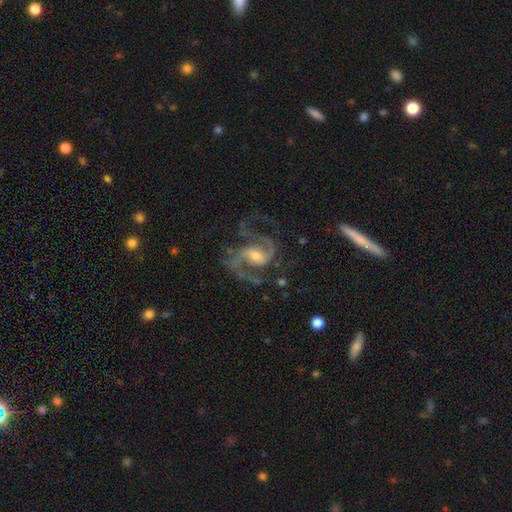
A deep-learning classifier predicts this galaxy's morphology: Smooth or featured: featured or disk — 90% (star or artifact — 5%)
Edge-on disk: no — 98% (yes — 2%)
Bar: weak — 48% (no — 32%)
Spiral arms: yes — 97% (no — 3%)
Spiral winding: medium — 58% (loose — 27%)
Spiral arm count: 2 — 68% (3 — 17%)
Bulge size: moderate — 49% (small — 45%)
Merging: none — 60% (major disturbance — 21%)